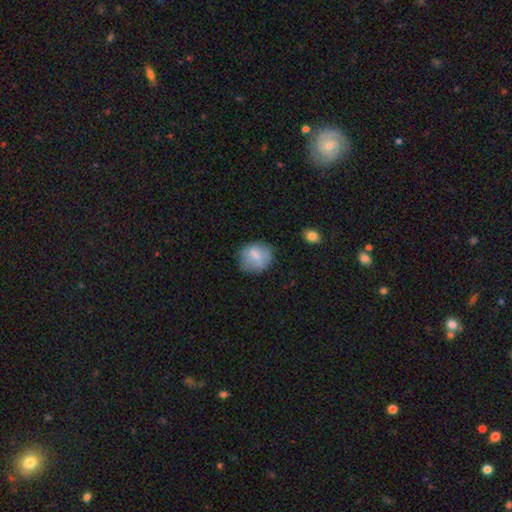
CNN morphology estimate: Q: Smooth or featured?
A: smooth (72%); runner-up: featured or disk (19%)
Q: How rounded?
A: round (68%); runner-up: in between (31%)
Q: Merging?
A: none (67%); runner-up: minor disturbance (23%)